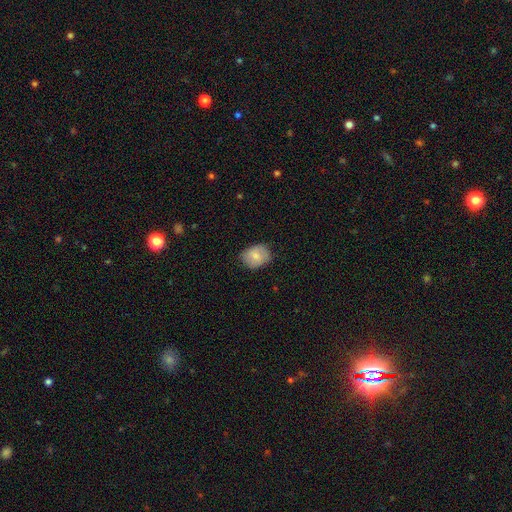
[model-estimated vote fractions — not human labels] This appears to be a smooth galaxy with no disk features (71%) that is in between round and cigar-shaped (57%). Merging: none (71%).